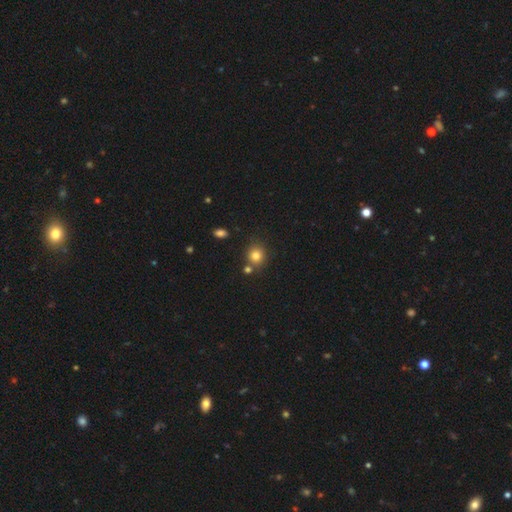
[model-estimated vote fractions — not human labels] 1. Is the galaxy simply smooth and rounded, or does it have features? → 81% smooth, 12% star or artifact, 7% featured or disk.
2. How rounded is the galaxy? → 83% round, 16% in between, 1% cigar-shaped.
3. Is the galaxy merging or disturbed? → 73% none, 15% merger, 10% minor disturbance, 3% major disturbance.